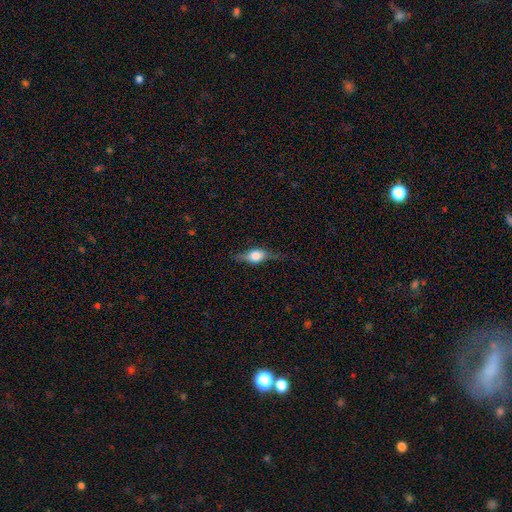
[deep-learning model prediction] This appears to be a featured or disk galaxy (55%) viewed edge-on (92%) with a rounded central bulge (91%). Merging: none (72%).